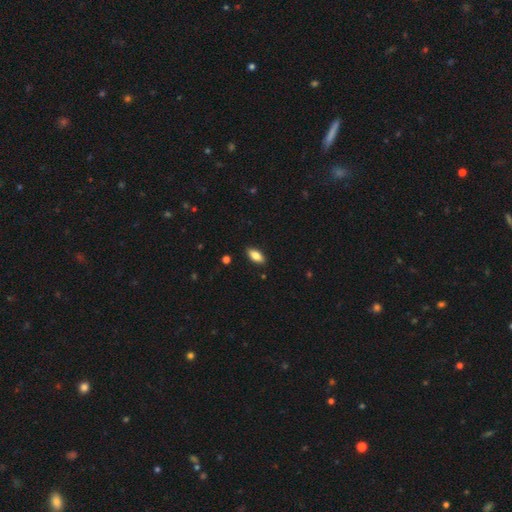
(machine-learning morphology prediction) Smooth or featured: smooth — 84% (featured or disk — 9%)
How rounded: in between — 89% (cigar-shaped — 9%)
Merging: none — 88% (minor disturbance — 9%)